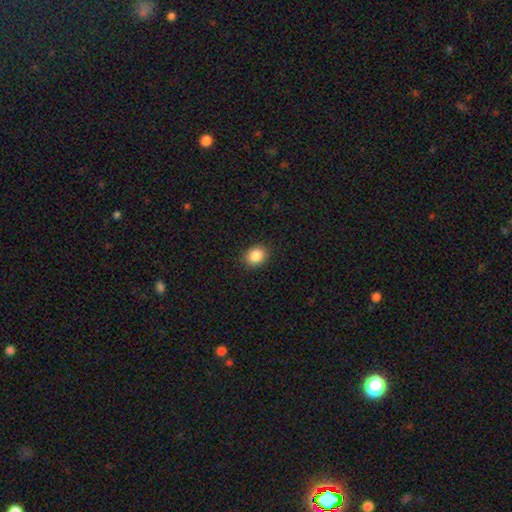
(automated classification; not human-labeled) The model was most divided on "how rounded": round: 60%, in between: 39%, cigar-shaped: 1%. More confident: merging — none (90%); smooth or featured — smooth (87%).